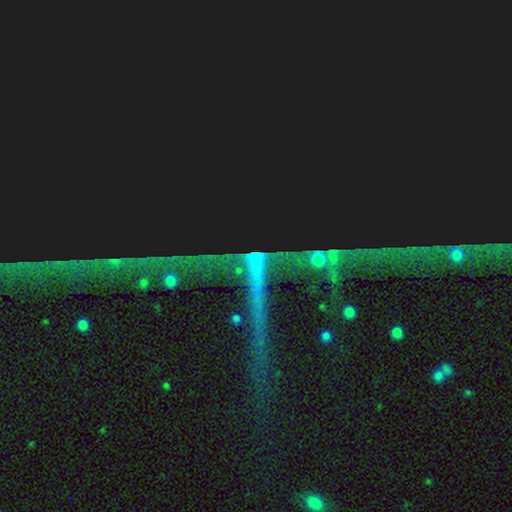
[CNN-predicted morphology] smooth-or-featured: star or artifact: 63% | featured or disk: 21% | smooth: 15%